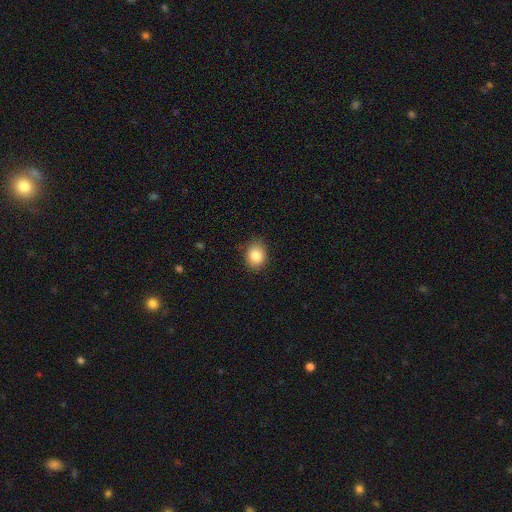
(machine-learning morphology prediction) type=smooth (85%); roundness=in between (50%); merging=none (83%).